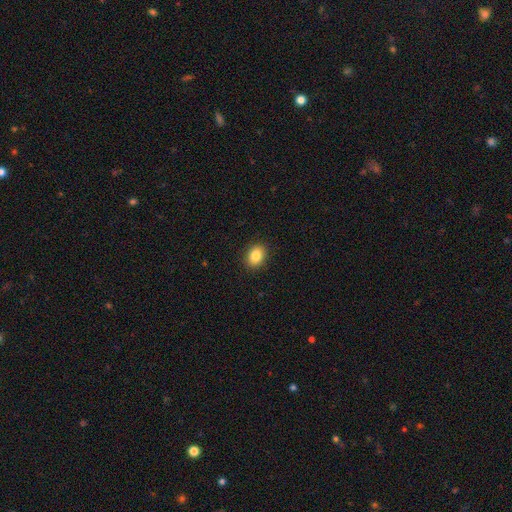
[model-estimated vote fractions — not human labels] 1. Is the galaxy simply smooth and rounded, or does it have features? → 85% smooth, 9% star or artifact, 6% featured or disk.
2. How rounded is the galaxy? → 60% in between, 39% round, 1% cigar-shaped.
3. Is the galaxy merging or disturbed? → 90% none, 7% minor disturbance, 2% major disturbance, 1% merger.